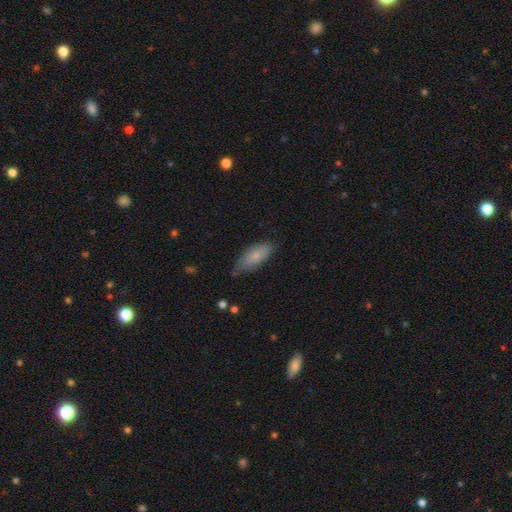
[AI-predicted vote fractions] smooth 75%, featured or disk 19%, star or artifact 6%. Down the decision tree: how rounded — in between (82%); merging — none (62%).